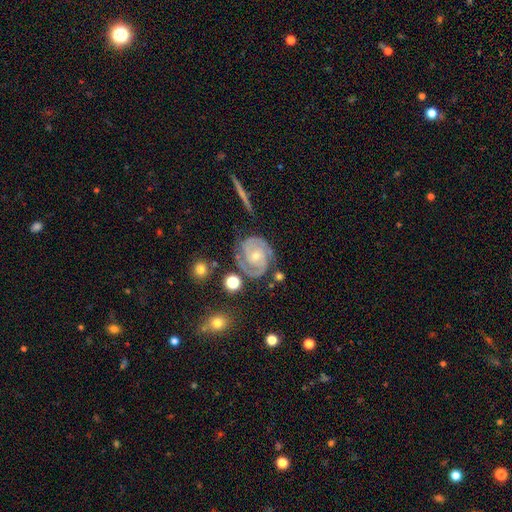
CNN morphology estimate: This is clearly a featured or disk galaxy (90%). It is clearly not viewed edge-on (98%). Bar: likely no (63%). Spiral arm pattern: clearly yes (98%). Spiral arm count: clearly 2 (83%). Spiral winding: likely tight (62%). Central bulge: likely small (61%). Merging: likely none (74%).